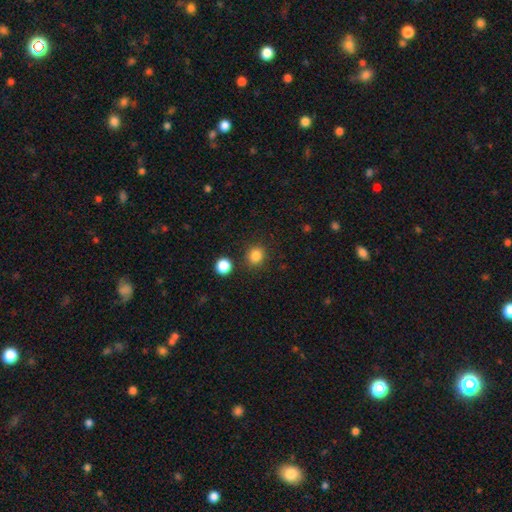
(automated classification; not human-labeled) Smooth or featured: smooth — 85% (star or artifact — 12%)
How rounded: round — 83% (in between — 16%)
Merging: none — 87% (minor disturbance — 7%)